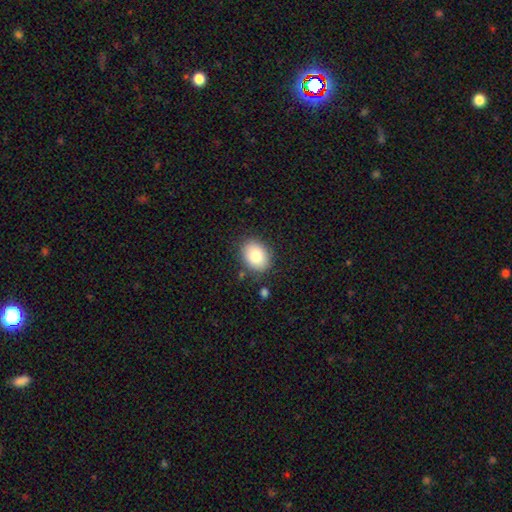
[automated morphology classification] Smooth or featured? smooth (85%)
How rounded? in between (64%)
Merging? none (82%)